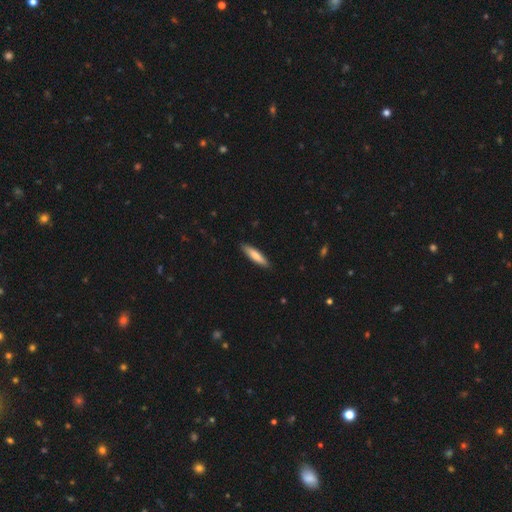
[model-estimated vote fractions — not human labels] Q: Smooth or featured?
A: smooth (77%); runner-up: featured or disk (18%)
Q: How rounded?
A: cigar-shaped (79%); runner-up: in between (19%)
Q: Merging?
A: none (89%); runner-up: minor disturbance (8%)